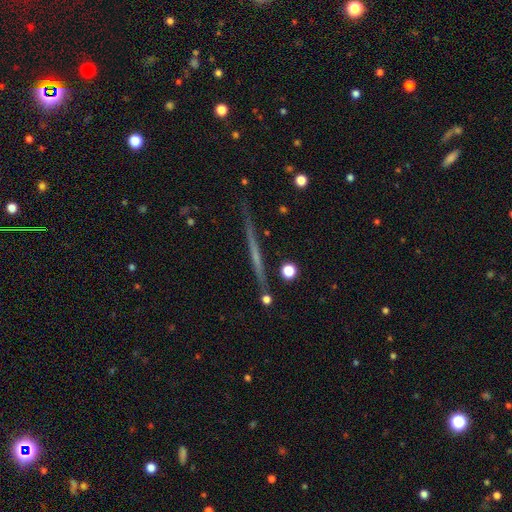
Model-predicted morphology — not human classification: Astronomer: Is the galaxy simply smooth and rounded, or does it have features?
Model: featured or disk — 63%.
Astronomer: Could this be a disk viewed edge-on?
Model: yes — 97%.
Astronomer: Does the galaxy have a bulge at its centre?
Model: none — 86%.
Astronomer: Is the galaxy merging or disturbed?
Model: none — 87%.